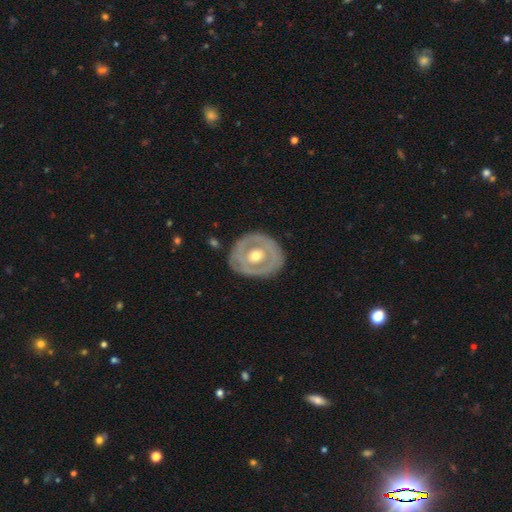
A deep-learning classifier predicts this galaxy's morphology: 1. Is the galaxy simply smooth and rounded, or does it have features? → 69% featured or disk, 26% smooth, 5% star or artifact.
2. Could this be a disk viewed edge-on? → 95% no, 5% yes.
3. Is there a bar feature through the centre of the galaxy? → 74% no, 18% weak, 7% strong.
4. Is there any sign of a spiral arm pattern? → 72% no, 28% yes.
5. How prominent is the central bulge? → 75% moderate, 15% small, 8% large, 1% dominant, 1% none.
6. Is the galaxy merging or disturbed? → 79% none, 14% minor disturbance, 5% major disturbance, 2% merger.